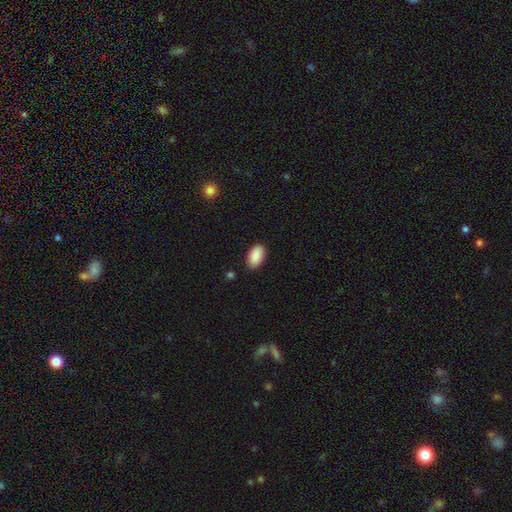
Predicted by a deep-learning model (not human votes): smooth_or_featured: smooth (p=0.91) [alt: star or artifact p=0.06]
how_rounded: in between (p=0.95) [alt: round p=0.04]
merging: none (p=0.87) [alt: minor disturbance p=0.10]